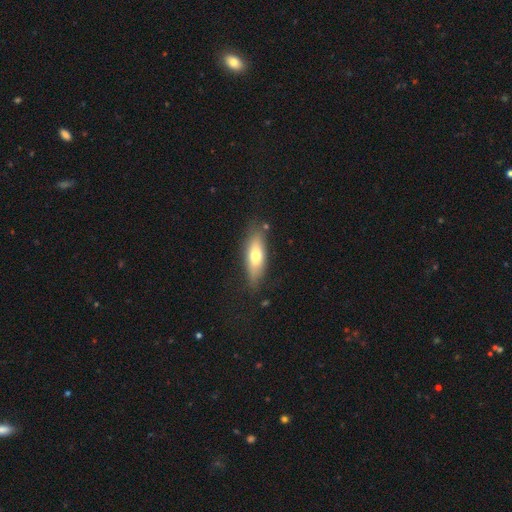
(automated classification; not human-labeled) This is likely a smooth galaxy (65%). How rounded: possibly in between (58%). Merging: likely none (77%).